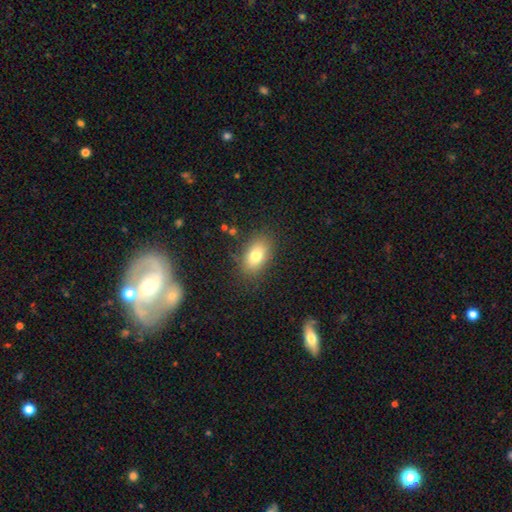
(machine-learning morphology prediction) A smooth galaxy with no disk features (77%) that is in between round and cigar-shaped (86%). Merging: none (82%).